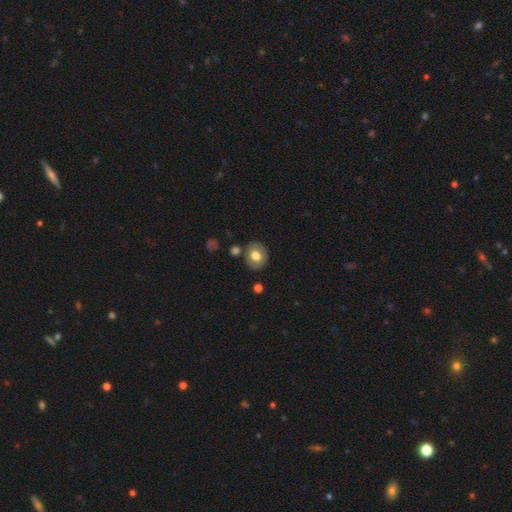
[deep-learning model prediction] A smooth galaxy with no disk features (68%) that is round (68%).

Vote fractions:
- Smooth or featured? smooth: 68% / featured or disk: 24% / star or artifact: 8%
- How rounded? round: 68% / in between: 31% / cigar-shaped: 1%
- Merging? none: 80% / minor disturbance: 11% / merger: 6% / major disturbance: 3%